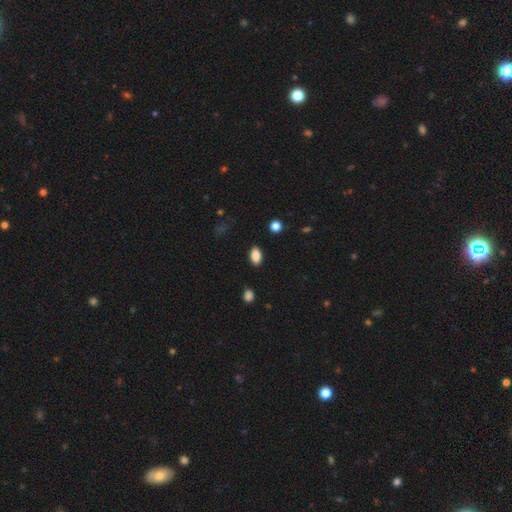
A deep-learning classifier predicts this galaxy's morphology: Smooth or featured? Predicted: smooth (p=0.87). How rounded? Predicted: in between (p=0.90). Merging? Predicted: none (p=0.87).